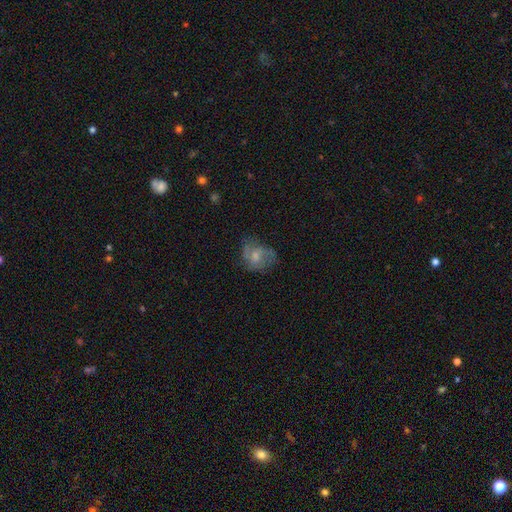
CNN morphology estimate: A featured or disk galaxy (49%). Merging: none (52%).